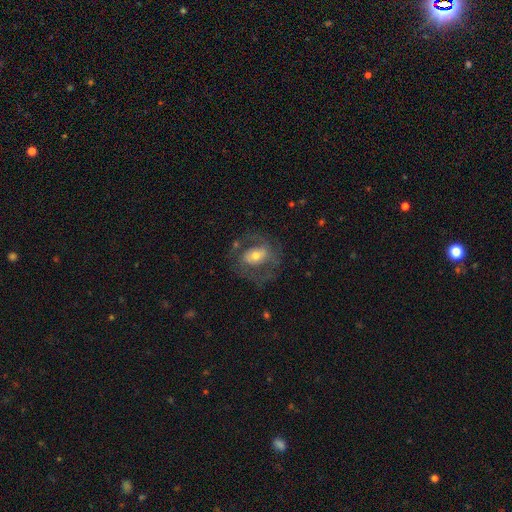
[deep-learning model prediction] smooth-or-featured: featured or disk: 62% | smooth: 31% | star or artifact: 7%
  disk-edge-on: no: 96% | yes: 4%
    bar: no: 45% | weak: 35% | strong: 19%
    has-spiral-arms: yes: 67% | no: 33%
    bulge-size: moderate: 60% | small: 26% | large: 11% | none: 2% | dominant: 1%
  merging: none: 60% | major disturbance: 19% | minor disturbance: 19% | merger: 2%